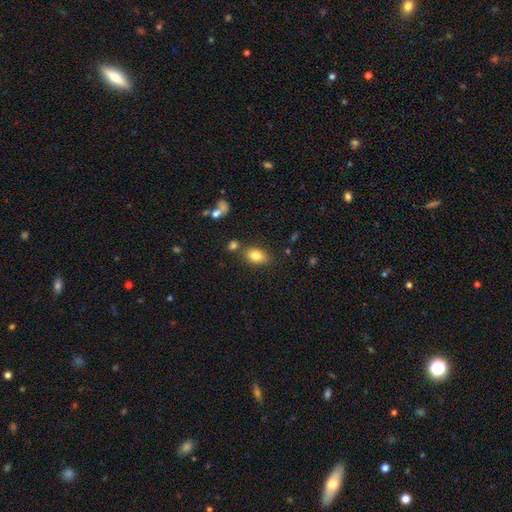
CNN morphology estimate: Q: Smooth or featured?
A: smooth (81%); runner-up: featured or disk (10%)
Q: How rounded?
A: in between (86%); runner-up: round (12%)
Q: Merging?
A: none (74%); runner-up: minor disturbance (13%)